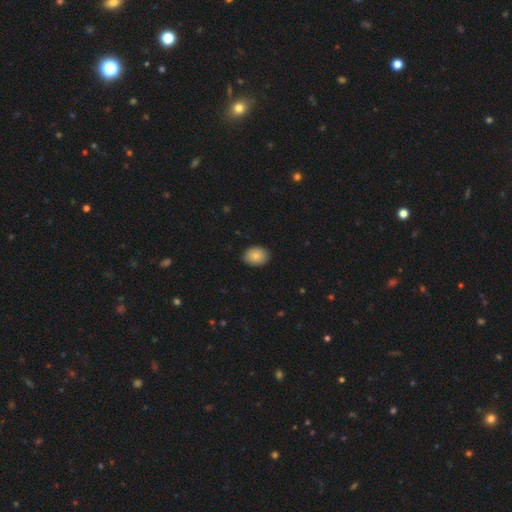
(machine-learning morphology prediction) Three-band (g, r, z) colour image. It shows a smooth galaxy with no disk features (87%) that is in between round and cigar-shaped (65%). Merging: none (88%).